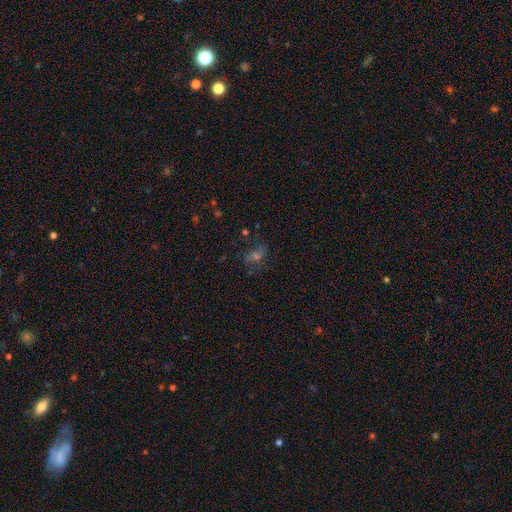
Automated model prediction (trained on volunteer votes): smooth 36%, star or artifact 34%, featured or disk 30%. Down the decision tree: merging — none (71%).